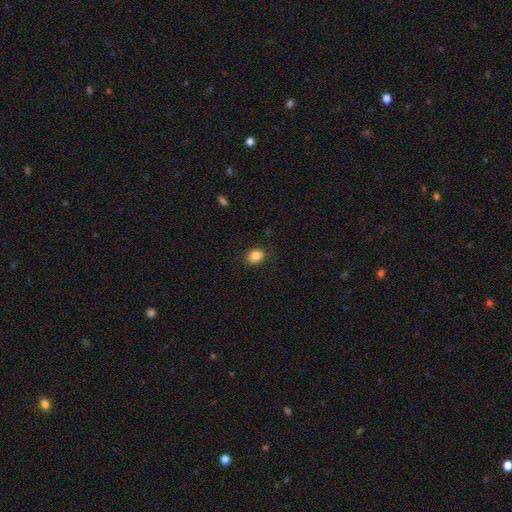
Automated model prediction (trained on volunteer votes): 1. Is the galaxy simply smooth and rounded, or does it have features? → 84% smooth, 10% star or artifact, 6% featured or disk.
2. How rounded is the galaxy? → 55% in between, 44% round, 1% cigar-shaped.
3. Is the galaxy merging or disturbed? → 84% none, 12% minor disturbance, 3% major disturbance, 1% merger.